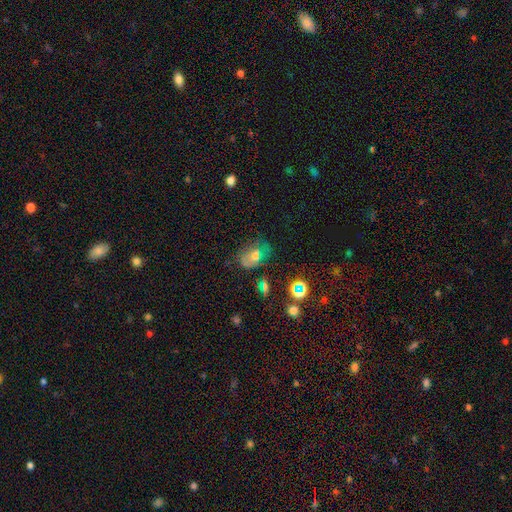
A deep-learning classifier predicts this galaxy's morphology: A smooth galaxy with no disk features (49%). Merging: none (52%).